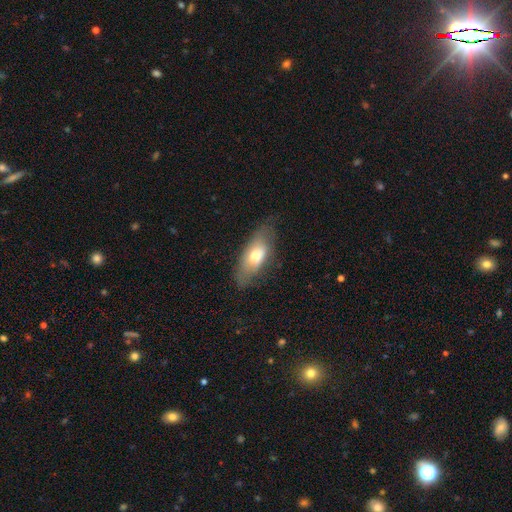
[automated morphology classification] smooth-or-featured: smooth: 65% | featured or disk: 28% | star or artifact: 7%
  how-rounded: in between: 81% | cigar-shaped: 16% | round: 3%
  merging: none: 61% | minor disturbance: 27% | major disturbance: 11% | merger: 1%